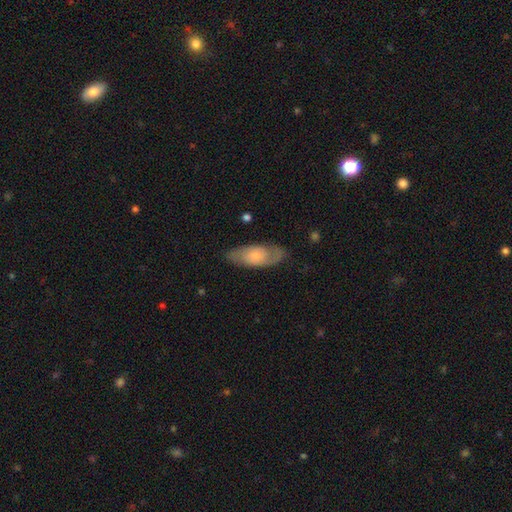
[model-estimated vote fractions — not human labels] smooth_or_featured: featured or disk (p=0.51) [alt: smooth p=0.43]
disk_edge_on: no (p=0.85) [alt: yes p=0.15]
merging: none (p=0.78) [alt: minor disturbance p=0.16]